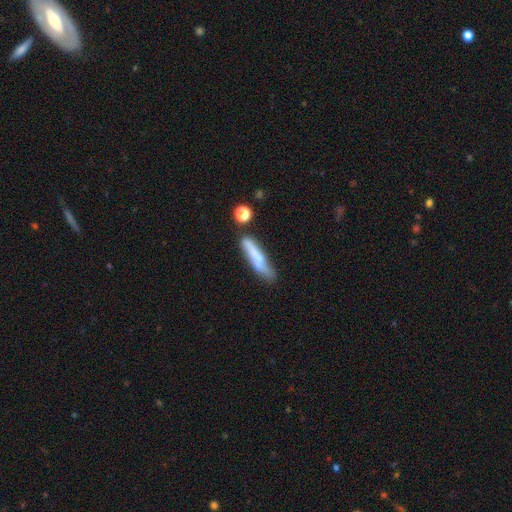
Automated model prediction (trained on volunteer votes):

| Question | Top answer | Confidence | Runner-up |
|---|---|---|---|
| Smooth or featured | smooth | 59% | featured or disk (34%) |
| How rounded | cigar-shaped | 84% | in between (14%) |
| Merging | none | 54% | minor disturbance (24%) |